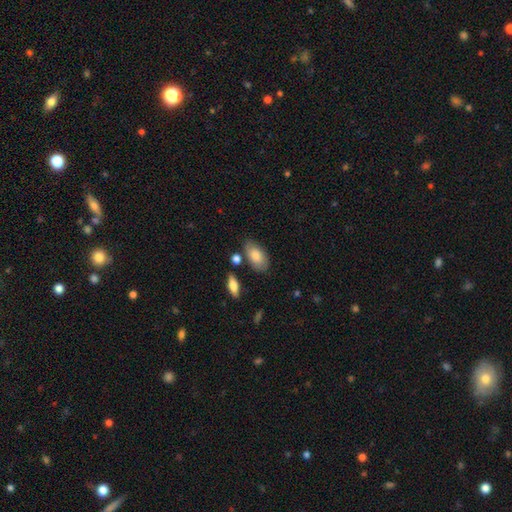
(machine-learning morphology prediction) type=smooth (76%); roundness=in between (93%); merging=none (69%).